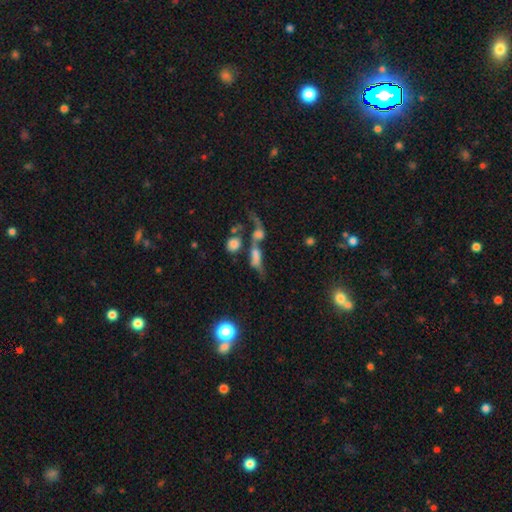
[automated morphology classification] Smooth or featured? Predicted: smooth (p=0.43, tied with featured or disk). Merging? Predicted: merger (p=0.57).